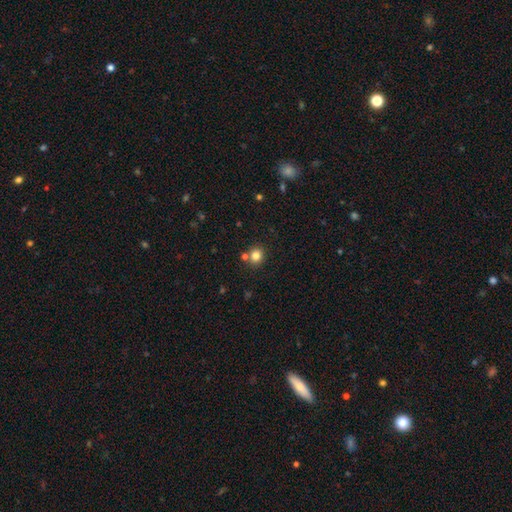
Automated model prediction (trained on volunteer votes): Q: Smooth or featured?
A: smooth (82%); runner-up: star or artifact (13%)
Q: How rounded?
A: round (83%); runner-up: in between (16%)
Q: Merging?
A: none (75%); runner-up: merger (14%)